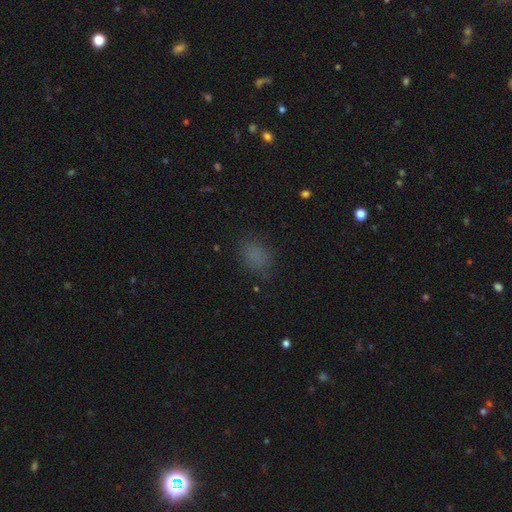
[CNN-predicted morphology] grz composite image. It shows a smooth galaxy with no disk features (77%) that is in between round and cigar-shaped (65%). Merging: none (78%).